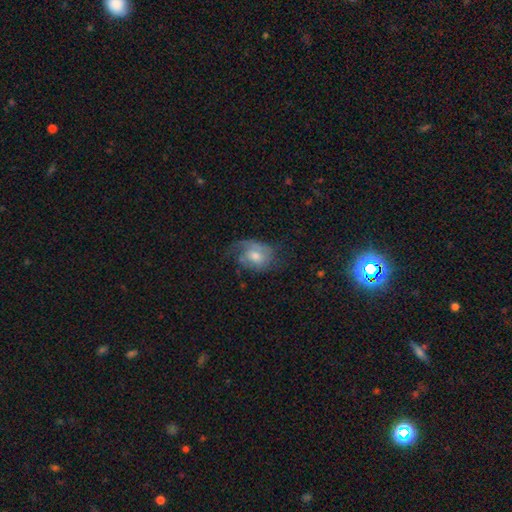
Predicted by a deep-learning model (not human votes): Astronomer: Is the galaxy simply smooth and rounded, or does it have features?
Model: featured or disk — 59%.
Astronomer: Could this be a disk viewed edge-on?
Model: no — 96%.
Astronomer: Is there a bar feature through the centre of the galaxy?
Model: no — 67%.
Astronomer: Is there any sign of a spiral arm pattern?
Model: yes — 80%.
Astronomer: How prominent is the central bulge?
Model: moderate — 62%.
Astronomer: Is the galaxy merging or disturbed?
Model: none — 46% (runner-up: major disturbance, 26%).